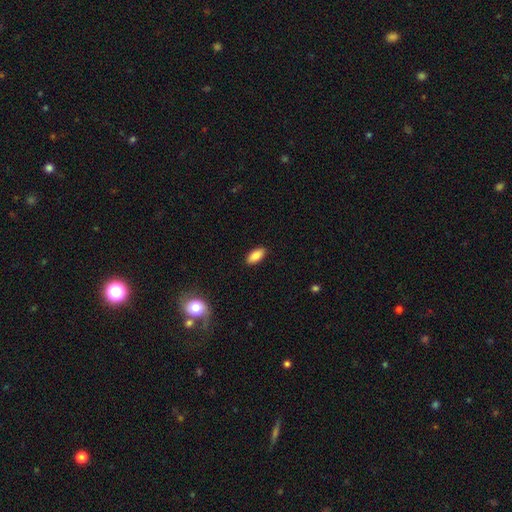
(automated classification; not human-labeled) Smooth or featured?
  - smooth: 87% *
  - star or artifact: 7%
  - featured or disk: 6%
How rounded?
  - in between: 90% *
  - cigar-shaped: 8%
  - round: 2%
Merging?
  - none: 89% *
  - minor disturbance: 8%
  - major disturbance: 2%
  - merger: 1%